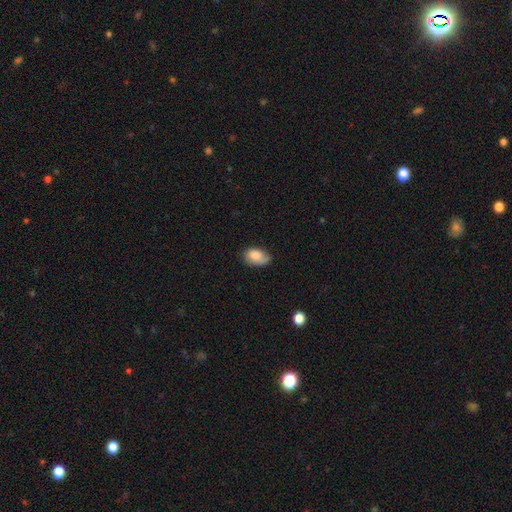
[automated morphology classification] smooth_or_featured: smooth (p=0.75) [alt: featured or disk p=0.18]
how_rounded: in between (p=0.88) [alt: round p=0.11]
merging: none (p=0.55) [alt: minor disturbance p=0.34]